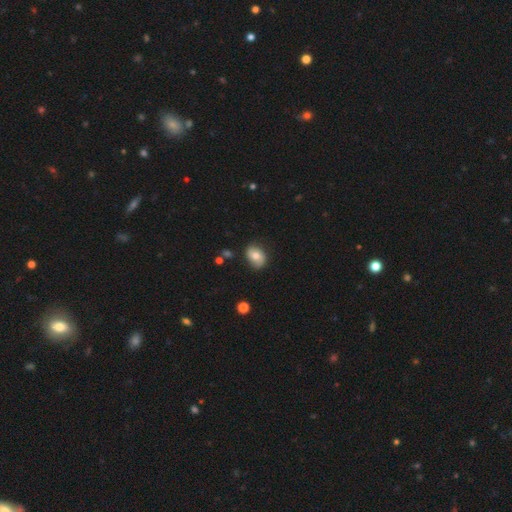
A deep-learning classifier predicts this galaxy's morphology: A smooth galaxy with no disk features (62%) that is in between round and cigar-shaped (68%). Merging: none (76%).